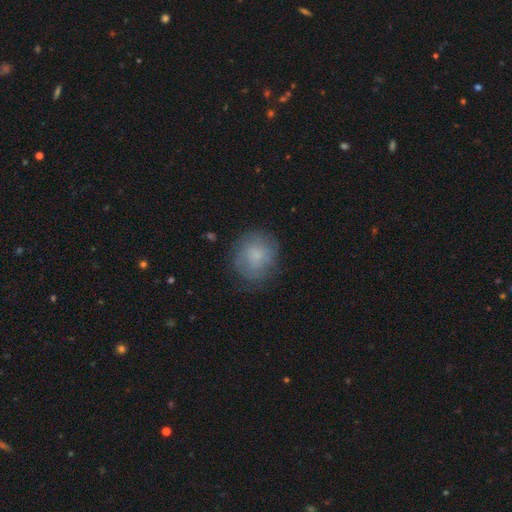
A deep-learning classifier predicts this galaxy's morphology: The model was most divided on "smooth or featured": smooth: 67%, featured or disk: 24%, star or artifact: 8%. More confident: how rounded — round (79%); merging — none (71%).